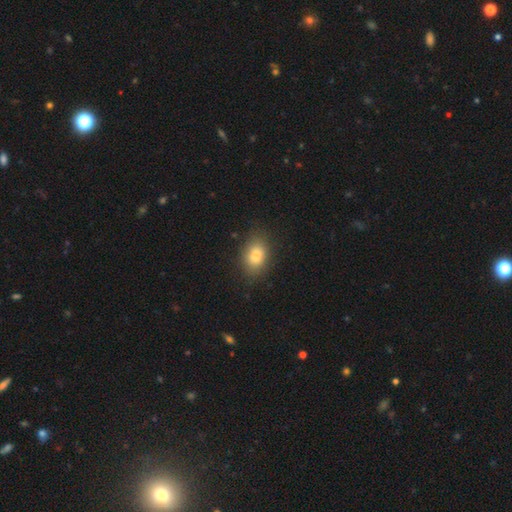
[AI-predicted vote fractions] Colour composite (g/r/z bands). It shows a smooth galaxy with no disk features (82%) that is in between round and cigar-shaped (80%). Merging: none (85%).